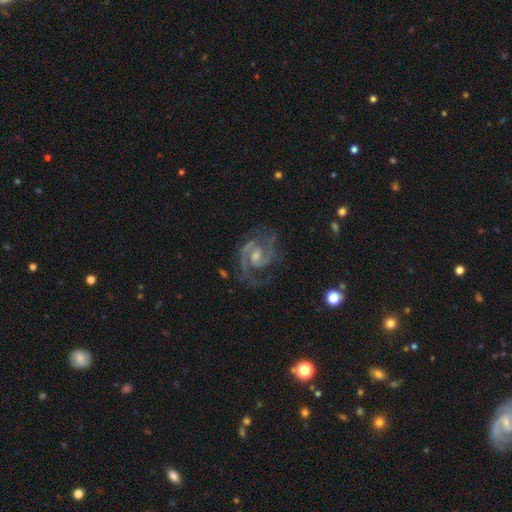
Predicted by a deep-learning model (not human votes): Morphology: type=featured or disk (90%); edge-on=no (98%); bar=weak (54%); spiral arms=yes (98%); winding=medium (56%); arm count=2 (80%); bulge=small (47%); merging=none (72%).